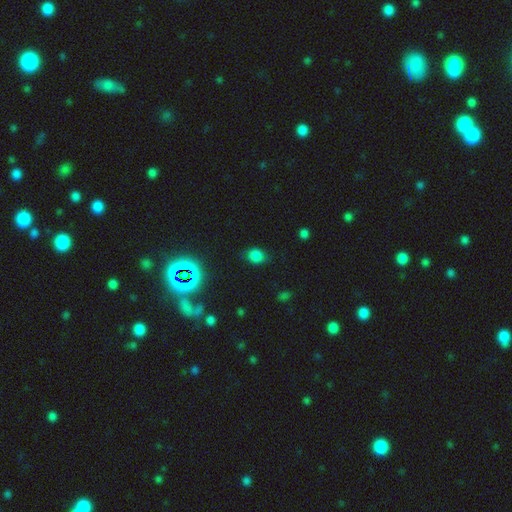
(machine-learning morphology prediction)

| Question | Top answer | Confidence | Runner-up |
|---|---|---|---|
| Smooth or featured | smooth | 74% | star or artifact (20%) |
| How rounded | round | 57% | in between (41%) |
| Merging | none | 79% | minor disturbance (14%) |